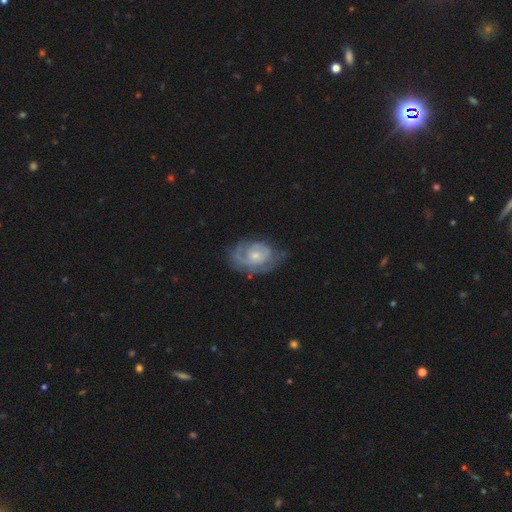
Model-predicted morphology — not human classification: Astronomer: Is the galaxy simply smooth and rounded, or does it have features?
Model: featured or disk — 76%.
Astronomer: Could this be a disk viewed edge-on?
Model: no — 97%.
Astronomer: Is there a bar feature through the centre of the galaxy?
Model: no — 72%.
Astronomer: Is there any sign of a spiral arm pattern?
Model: yes — 85%.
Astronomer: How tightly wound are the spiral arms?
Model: tight — 57%.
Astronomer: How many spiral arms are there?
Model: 2 — 38% (runner-up: can't tell, 29%).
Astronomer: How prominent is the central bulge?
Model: small — 47% (runner-up: moderate, 45%).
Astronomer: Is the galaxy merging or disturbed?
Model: none — 59%.